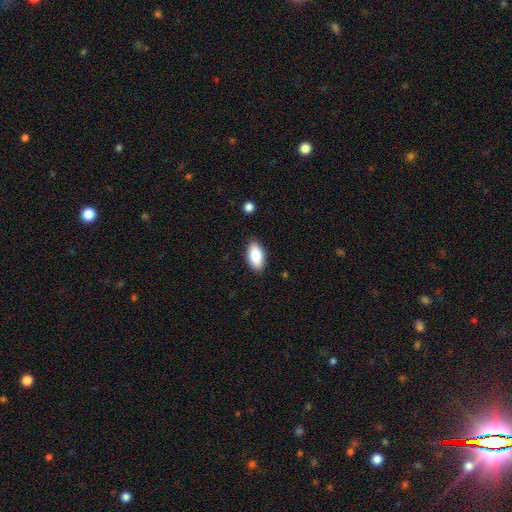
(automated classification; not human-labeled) smooth-or-featured: smooth: 86% | featured or disk: 7% | star or artifact: 7%
  how-rounded: in between: 94% | cigar-shaped: 3% | round: 3%
  merging: none: 87% | minor disturbance: 10% | major disturbance: 2% | merger: 1%